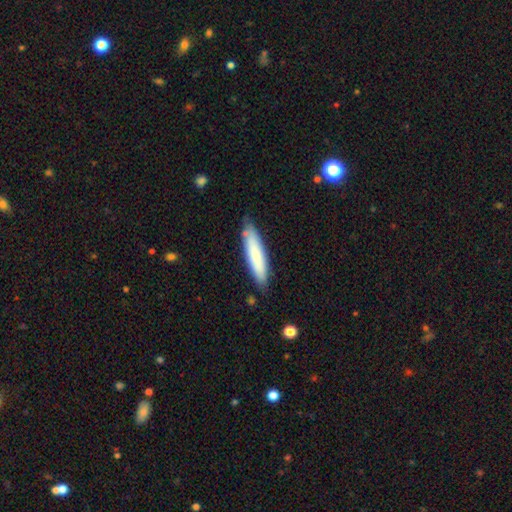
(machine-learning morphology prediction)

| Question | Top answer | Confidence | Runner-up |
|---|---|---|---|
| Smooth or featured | smooth | 75% | featured or disk (19%) |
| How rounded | cigar-shaped | 78% | in between (21%) |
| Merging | none | 79% | minor disturbance (16%) |